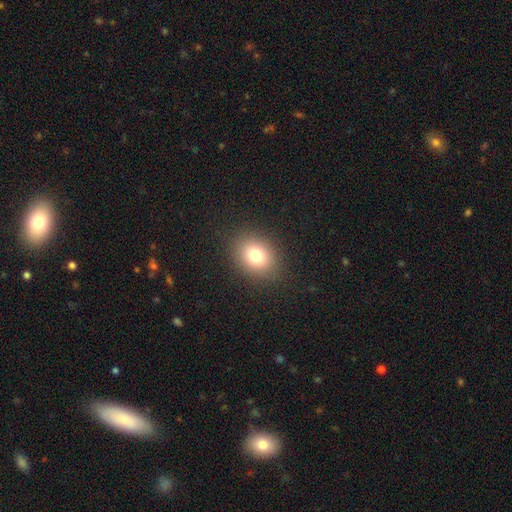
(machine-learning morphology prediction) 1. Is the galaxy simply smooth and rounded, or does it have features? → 78% smooth, 13% star or artifact, 10% featured or disk.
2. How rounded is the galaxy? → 52% in between, 47% round, 1% cigar-shaped.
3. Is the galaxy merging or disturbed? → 88% none, 8% minor disturbance, 3% major disturbance, 1% merger.